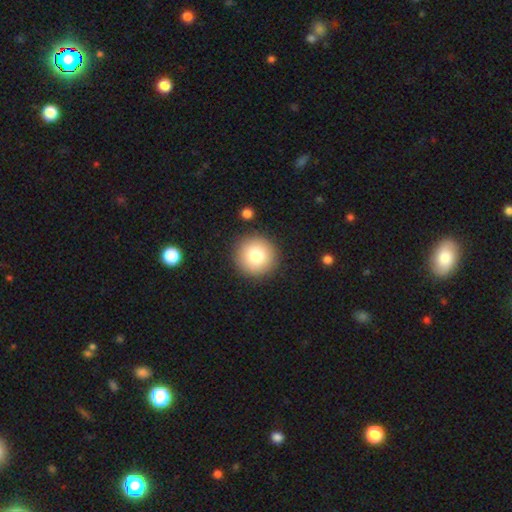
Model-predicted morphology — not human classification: smooth-or-featured: smooth: 80% | featured or disk: 10% | star or artifact: 9%
  how-rounded: round: 95% | in between: 4% | cigar-shaped: 1%
  merging: none: 90% | minor disturbance: 6% | major disturbance: 2% | merger: 2%